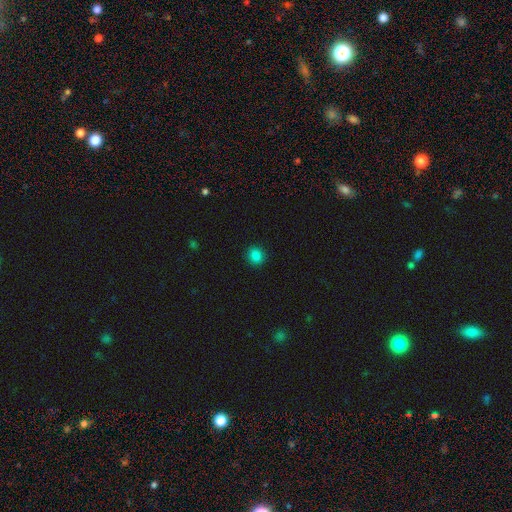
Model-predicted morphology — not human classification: Smooth or featured?
  - smooth: 84% *
  - star or artifact: 12%
  - featured or disk: 3%
How rounded?
  - round: 86% *
  - in between: 13%
  - cigar-shaped: 1%
Merging?
  - none: 92% *
  - minor disturbance: 6%
  - major disturbance: 2%
  - merger: 1%